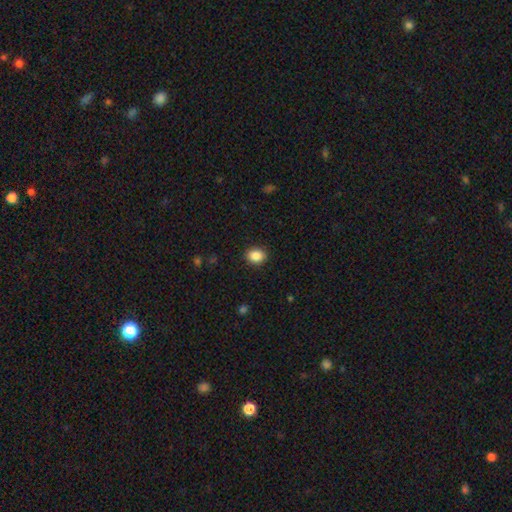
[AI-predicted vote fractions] A smooth galaxy with no disk features (87%) that is round (50%).

Vote fractions:
- Smooth or featured? smooth: 87% / star or artifact: 9% / featured or disk: 4%
- How rounded? round: 50% / in between: 49% / cigar-shaped: 1%
- Merging? none: 90% / minor disturbance: 7% / major disturbance: 2% / merger: 1%